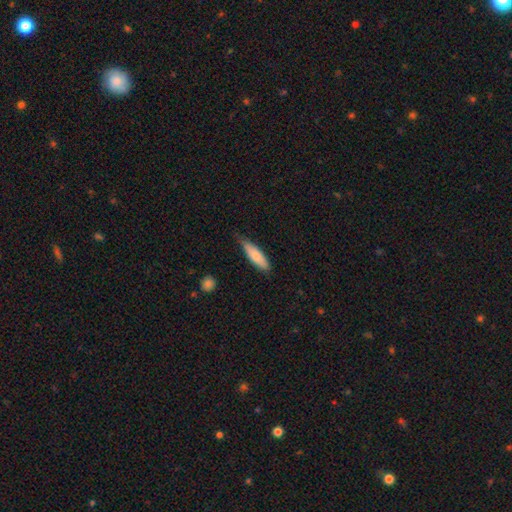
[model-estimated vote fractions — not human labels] A smooth galaxy with no disk features (80%) that is cigar-shaped (60%). Merging: none (66%).